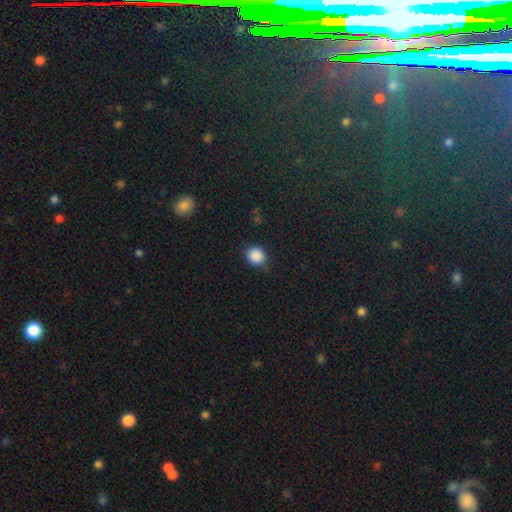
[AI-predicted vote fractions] smooth_or_featured: smooth (p=0.88) [alt: star or artifact p=0.09]
how_rounded: round (p=0.83) [alt: in between p=0.16]
merging: none (p=0.84) [alt: minor disturbance p=0.12]